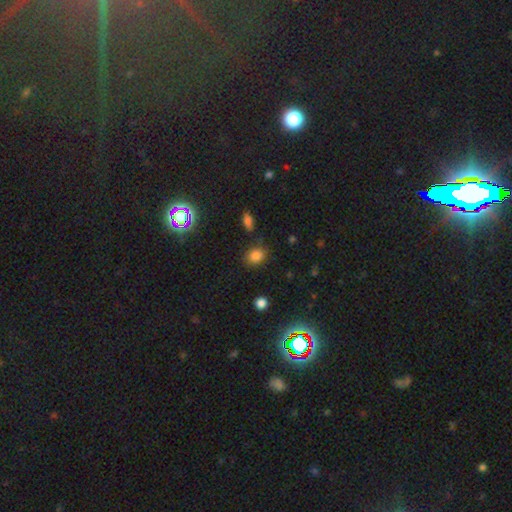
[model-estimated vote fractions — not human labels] smooth 81%, star or artifact 14%, featured or disk 5%. Down the decision tree: how rounded — round (54%); merging — none (80%).